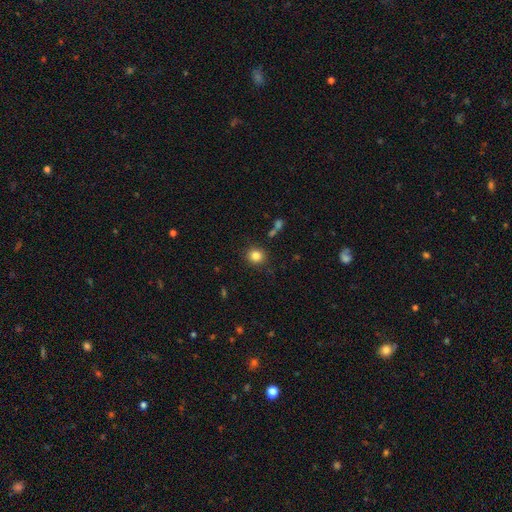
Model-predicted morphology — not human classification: This is clearly a smooth galaxy (83%). How rounded: clearly round (90%). Merging: clearly none (87%).